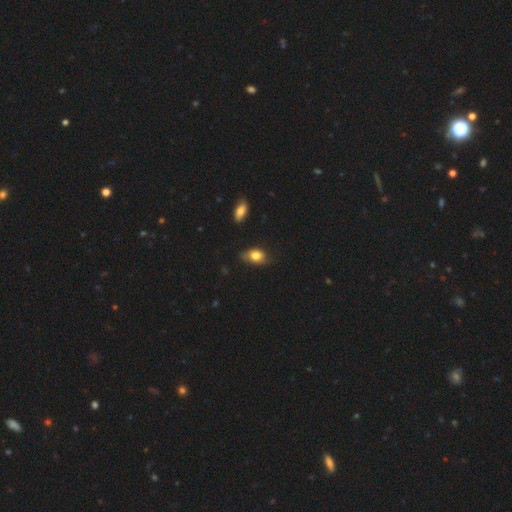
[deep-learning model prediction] Smooth or featured?
  - smooth: 79% *
  - featured or disk: 13%
  - star or artifact: 8%
How rounded?
  - in between: 84% *
  - round: 14%
  - cigar-shaped: 2%
Merging?
  - none: 62% *
  - minor disturbance: 29%
  - major disturbance: 7%
  - merger: 2%